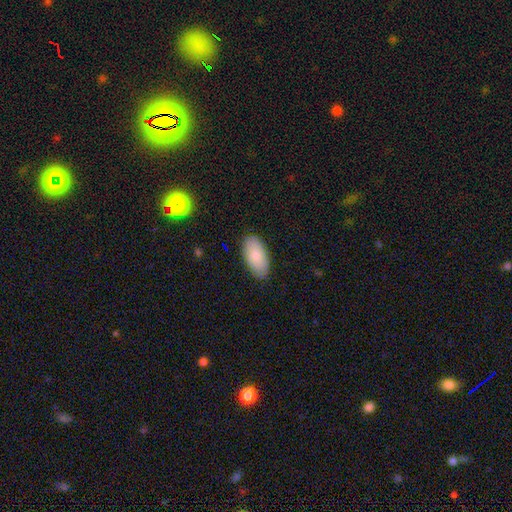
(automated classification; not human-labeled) A smooth galaxy with no disk features (83%) that is in between round and cigar-shaped (95%). Merging: none (85%).